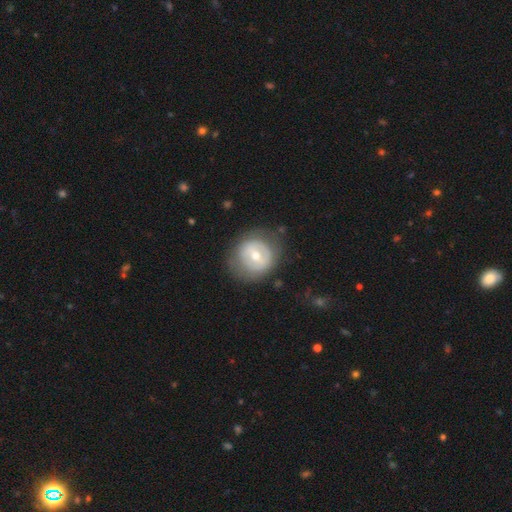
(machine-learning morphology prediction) featured or disk 50%, smooth 44%, star or artifact 7%. Down the decision tree: merging — none (73%).